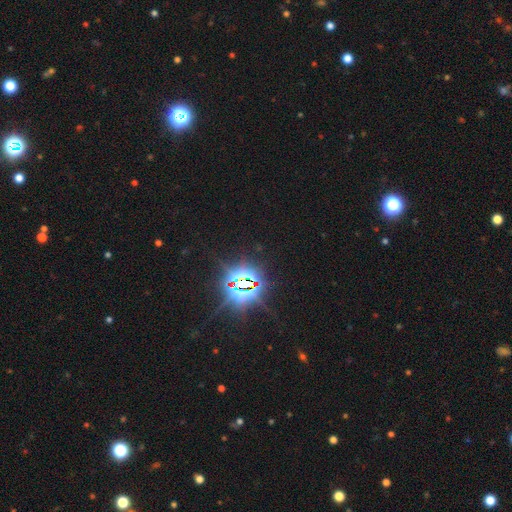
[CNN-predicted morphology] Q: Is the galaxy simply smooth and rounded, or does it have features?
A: star or artifact — 78%.